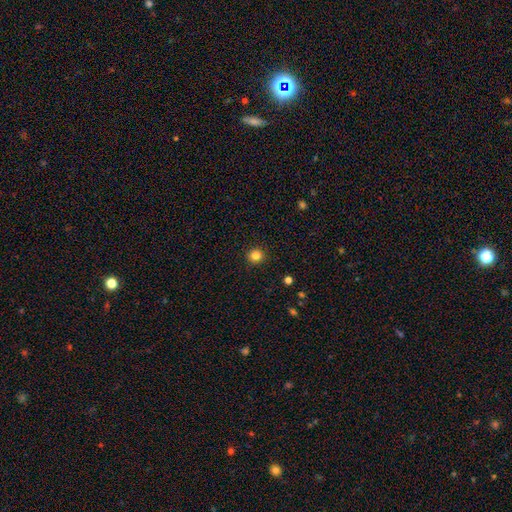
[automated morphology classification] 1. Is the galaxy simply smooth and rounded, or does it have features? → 83% smooth, 12% star or artifact, 5% featured or disk.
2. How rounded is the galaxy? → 93% round, 6% in between, 1% cigar-shaped.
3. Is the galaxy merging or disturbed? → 93% none, 5% minor disturbance, 2% major disturbance, 1% merger.